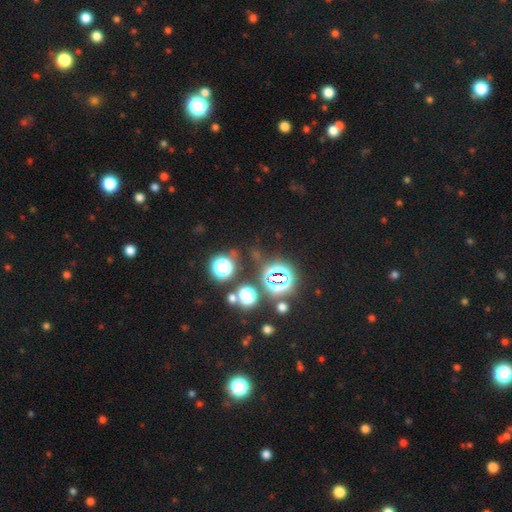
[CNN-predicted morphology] Smooth or featured: star or artifact — 73% (smooth — 20%)